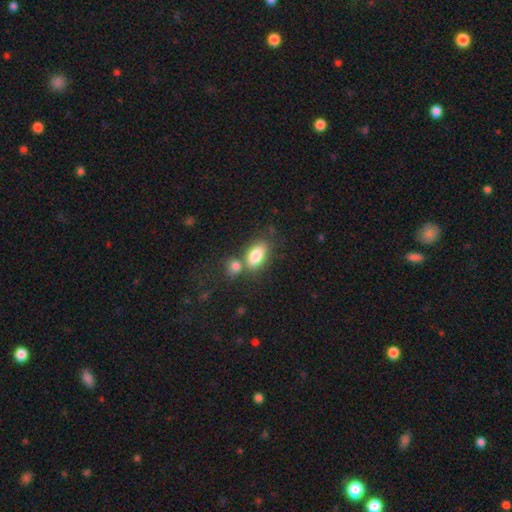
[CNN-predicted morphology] Overall: smooth (82%). How rounded: in between (88%). Merging: none (53%; merger 30%).